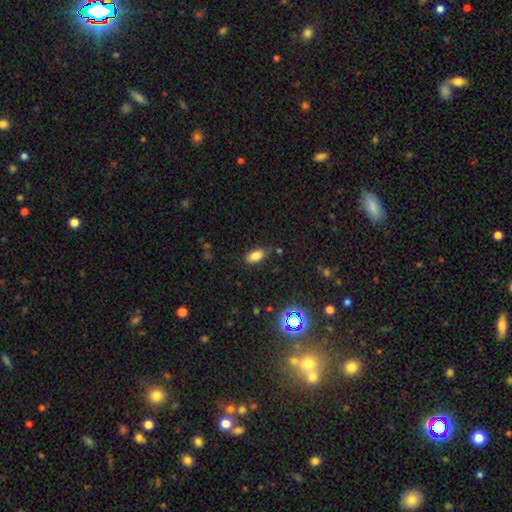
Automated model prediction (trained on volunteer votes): A smooth galaxy with no disk features (80%) that is in between round and cigar-shaped (88%).

Vote fractions:
- Smooth or featured? smooth: 80% / star or artifact: 11% / featured or disk: 9%
- How rounded? in between: 88% / cigar-shaped: 8% / round: 4%
- Merging? none: 79% / minor disturbance: 15% / major disturbance: 3% / merger: 2%